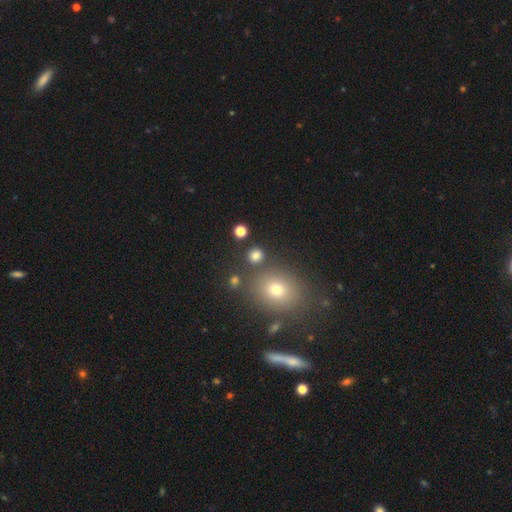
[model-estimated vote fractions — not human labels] This appears to be a smooth galaxy with no disk features (79%) that is round (85%). Merging: none (82%).